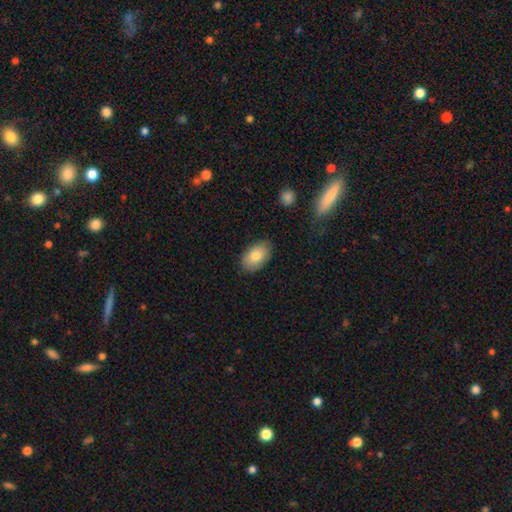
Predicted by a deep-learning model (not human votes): Smooth or featured?
  - smooth: 82% *
  - featured or disk: 11%
  - star or artifact: 6%
How rounded?
  - in between: 93% *
  - round: 6%
  - cigar-shaped: 1%
Merging?
  - none: 85% *
  - minor disturbance: 11%
  - major disturbance: 2%
  - merger: 1%